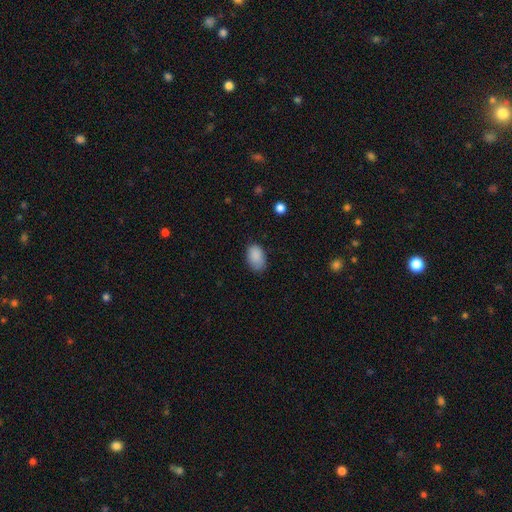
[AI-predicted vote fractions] smooth-or-featured: smooth: 87% | star or artifact: 8% | featured or disk: 5%
  how-rounded: in between: 87% | round: 11% | cigar-shaped: 1%
  merging: none: 71% | minor disturbance: 23% | major disturbance: 5% | merger: 1%